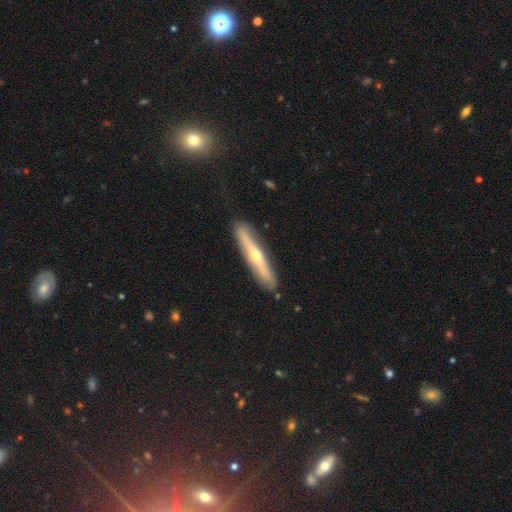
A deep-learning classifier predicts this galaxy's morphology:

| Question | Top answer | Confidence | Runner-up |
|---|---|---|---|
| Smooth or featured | featured or disk | 63% | smooth (31%) |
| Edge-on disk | yes | 89% | no (11%) |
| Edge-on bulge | rounded | 88% | none (9%) |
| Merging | none | 88% | minor disturbance (9%) |